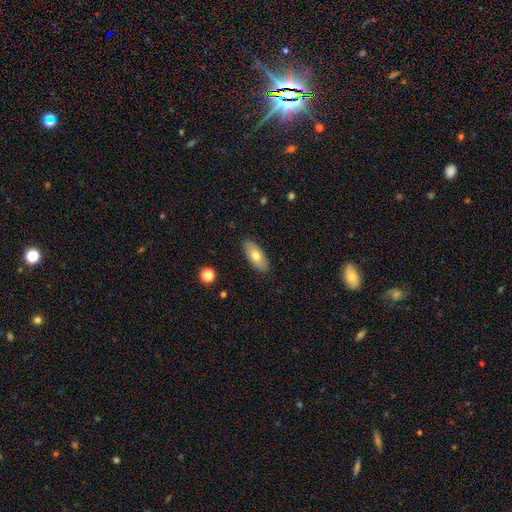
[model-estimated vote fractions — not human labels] Smooth or featured?
  - smooth: 68% *
  - featured or disk: 25%
  - star or artifact: 6%
How rounded?
  - in between: 84% *
  - cigar-shaped: 13%
  - round: 3%
Merging?
  - none: 89% *
  - minor disturbance: 8%
  - major disturbance: 2%
  - merger: 1%